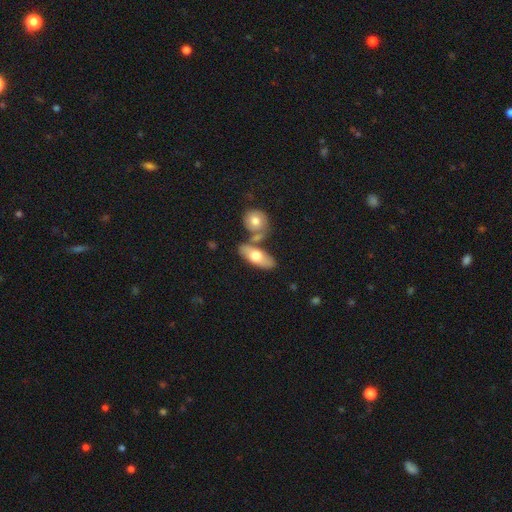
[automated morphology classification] Smooth or featured? Predicted: smooth (p=0.63). How rounded? Predicted: in between (p=0.78). Merging? Predicted: none (p=0.55).